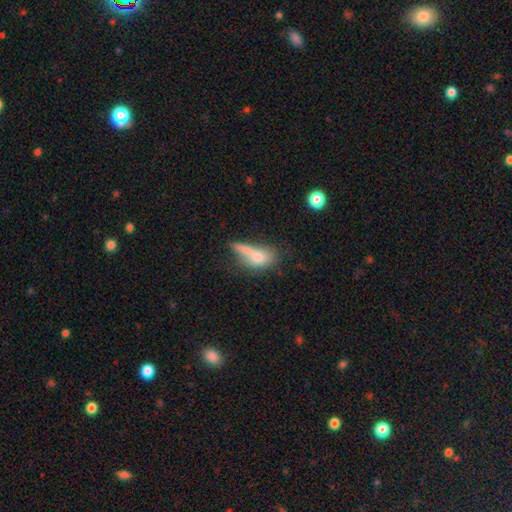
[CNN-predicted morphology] A smooth galaxy with no disk features (67%) that is in between round and cigar-shaped (66%). Merging: merger (35%).